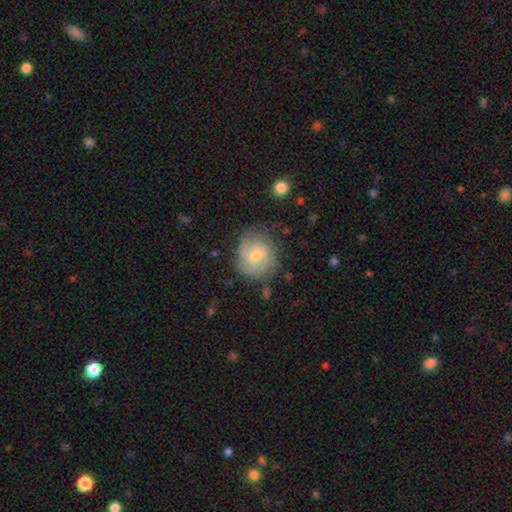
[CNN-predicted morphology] A featured or disk galaxy (47%). Merging: none (65%).